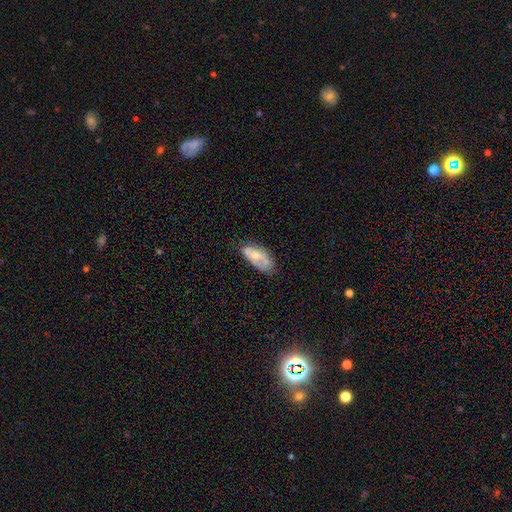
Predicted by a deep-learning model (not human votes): Smooth or featured? smooth (55%)
How rounded? in between (90%)
Merging? none (52%)